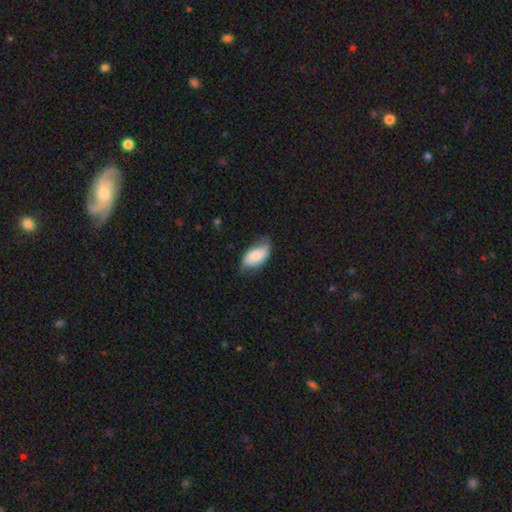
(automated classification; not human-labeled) Smooth or featured: smooth — 60% (featured or disk — 34%)
How rounded: in between — 93% (round — 3%)
Merging: none — 58% (minor disturbance — 31%)